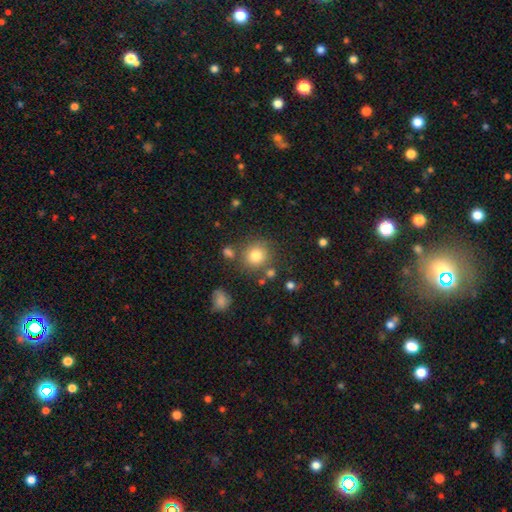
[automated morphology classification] Smooth or featured?
  - smooth: 79% *
  - star or artifact: 13%
  - featured or disk: 8%
How rounded?
  - round: 90% *
  - in between: 9%
  - cigar-shaped: 1%
Merging?
  - none: 77% *
  - minor disturbance: 10%
  - merger: 8%
  - major disturbance: 4%